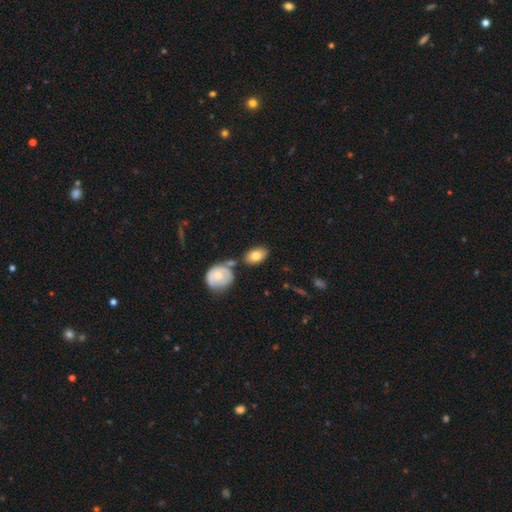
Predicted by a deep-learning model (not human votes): A smooth galaxy with no disk features (77%) that is in between round and cigar-shaped (87%). Merging: none (69%).